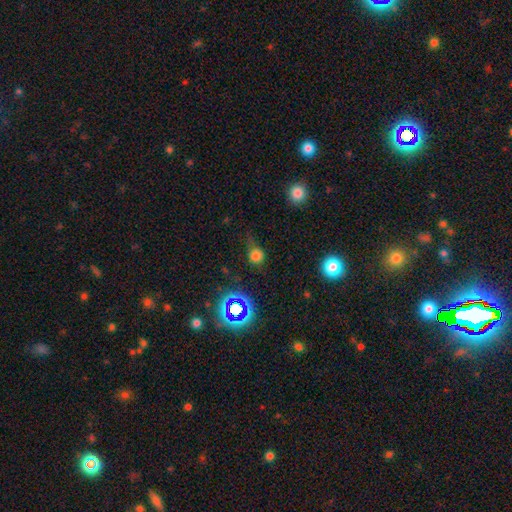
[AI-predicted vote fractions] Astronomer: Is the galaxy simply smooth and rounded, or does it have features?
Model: smooth — 68%.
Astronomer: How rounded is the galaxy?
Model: round — 83%.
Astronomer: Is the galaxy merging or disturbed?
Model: none — 51% (runner-up: minor disturbance, 27%).